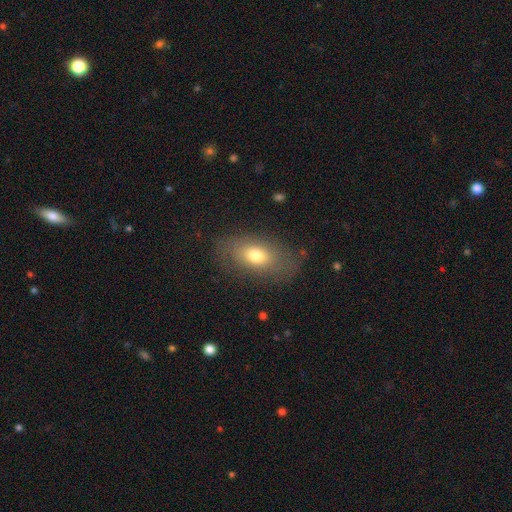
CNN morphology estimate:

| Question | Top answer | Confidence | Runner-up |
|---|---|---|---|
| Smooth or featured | smooth | 70% | featured or disk (21%) |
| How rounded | in between | 87% | round (10%) |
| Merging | none | 77% | minor disturbance (15%) |